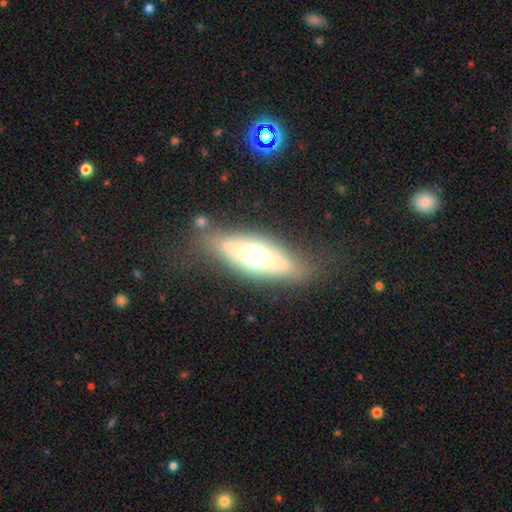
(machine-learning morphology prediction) Smooth or featured? Predicted: smooth (p=0.47). Merging? Predicted: none (p=0.73).